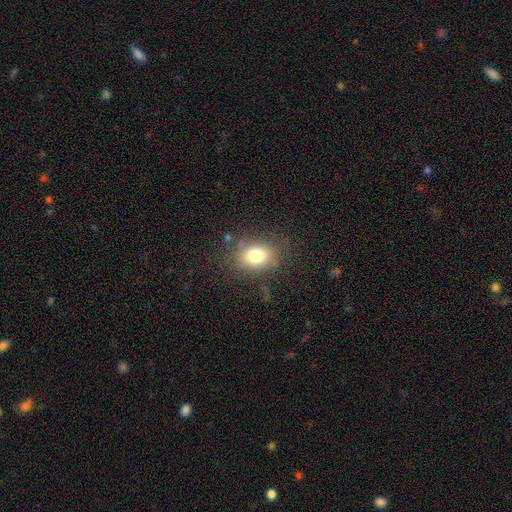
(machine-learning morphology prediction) A smooth galaxy with no disk features (78%) that is in between round and cigar-shaped (62%). Merging: none (76%).